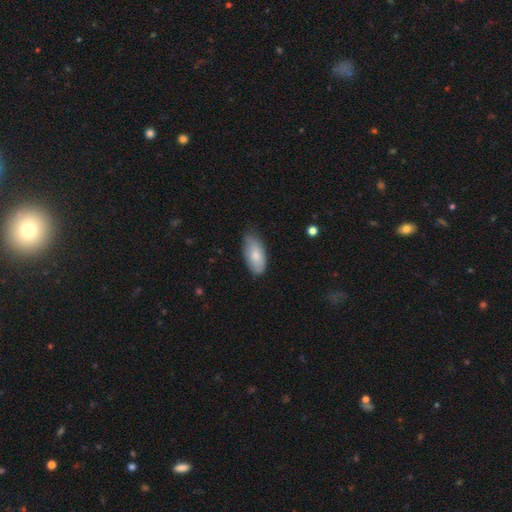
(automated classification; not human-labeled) Smooth or featured? Predicted: smooth (p=0.80). How rounded? Predicted: in between (p=0.92). Merging? Predicted: none (p=0.62).